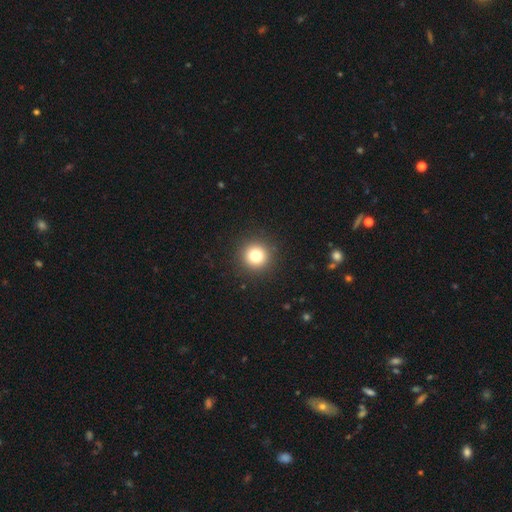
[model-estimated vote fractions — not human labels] This appears to be a smooth galaxy with no disk features (80%) that is round (95%). Merging: none (92%).